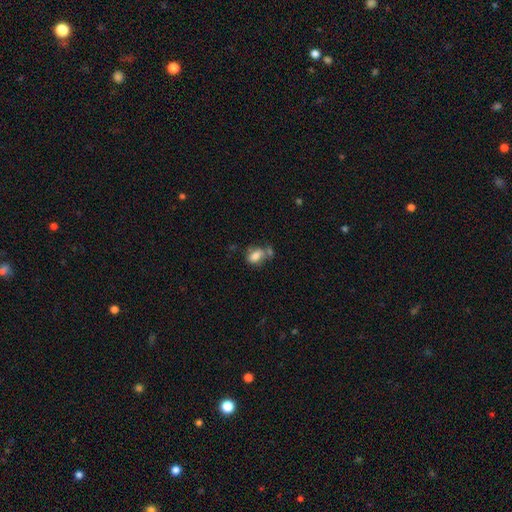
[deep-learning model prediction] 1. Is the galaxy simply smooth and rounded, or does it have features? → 78% smooth, 12% featured or disk, 10% star or artifact.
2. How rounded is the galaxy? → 83% in between, 13% round, 3% cigar-shaped.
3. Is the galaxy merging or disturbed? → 40% none, 30% merger, 20% minor disturbance, 10% major disturbance.